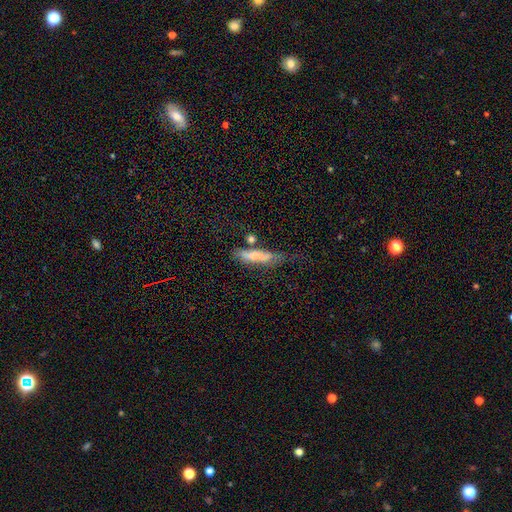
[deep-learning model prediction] smooth-or-featured: smooth: 68% | featured or disk: 25% | star or artifact: 8%
  how-rounded: cigar-shaped: 80% | in between: 17% | round: 2%
  merging: none: 44% | minor disturbance: 29% | major disturbance: 17% | merger: 10%